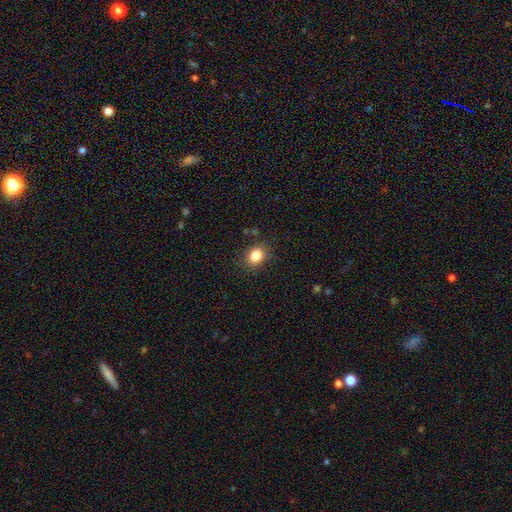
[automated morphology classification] Smooth or featured: smooth — 84% (star or artifact — 10%)
How rounded: round — 56% (in between — 43%)
Merging: none — 83% (minor disturbance — 11%)